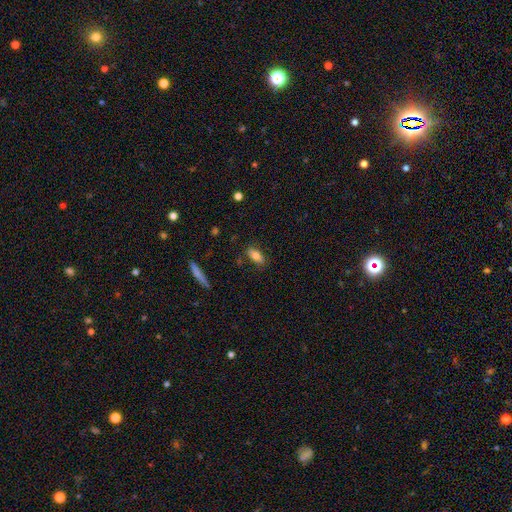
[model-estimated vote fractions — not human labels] The model was most divided on "smooth or featured": smooth: 73%, featured or disk: 19%, star or artifact: 8%. More confident: how rounded — in between (78%); merging — none (78%).